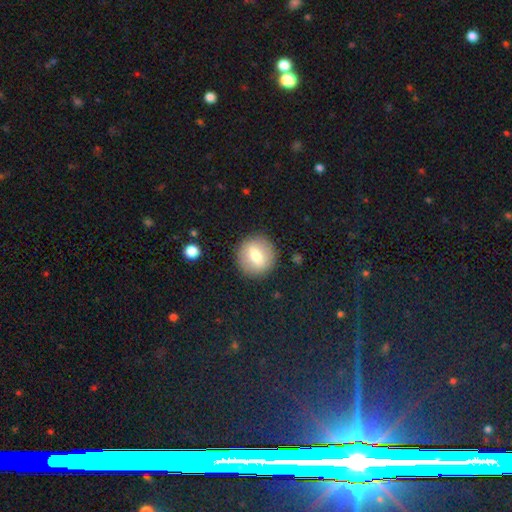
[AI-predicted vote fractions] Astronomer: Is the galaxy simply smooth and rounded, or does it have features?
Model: smooth — 62%.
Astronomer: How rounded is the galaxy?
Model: round — 85%.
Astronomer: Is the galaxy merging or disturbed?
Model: none — 88%.